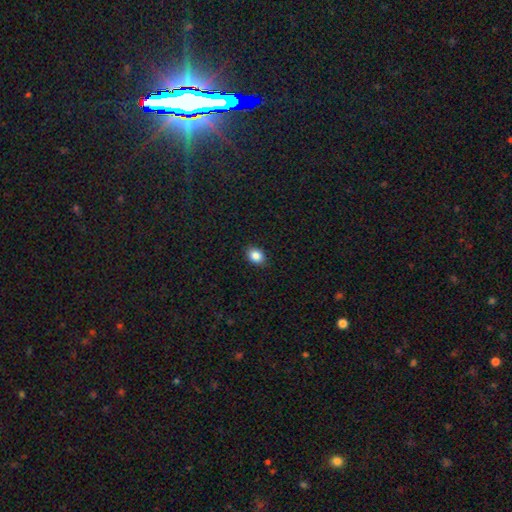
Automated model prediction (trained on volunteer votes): A smooth galaxy with no disk features (86%) that is in between round and cigar-shaped (60%).

Vote fractions:
- Smooth or featured? smooth: 86% / star or artifact: 9% / featured or disk: 5%
- How rounded? in between: 60% / round: 39% / cigar-shaped: 1%
- Merging? none: 90% / minor disturbance: 7% / major disturbance: 2% / merger: 1%